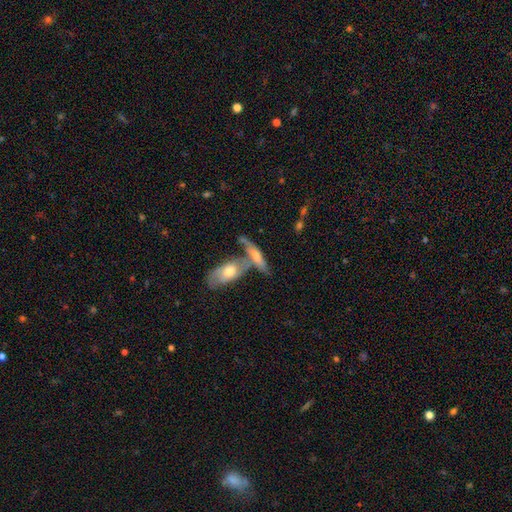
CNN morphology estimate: type=featured or disk (49%); merging=merger (47%).